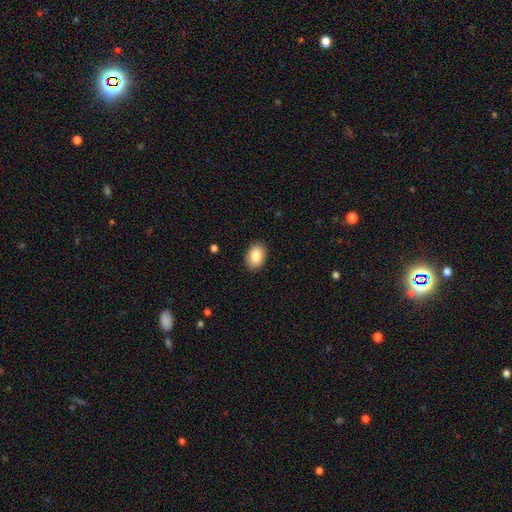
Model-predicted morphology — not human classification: Q: Smooth or featured?
A: smooth (86%); runner-up: star or artifact (7%)
Q: How rounded?
A: in between (85%); runner-up: round (14%)
Q: Merging?
A: none (89%); runner-up: minor disturbance (8%)